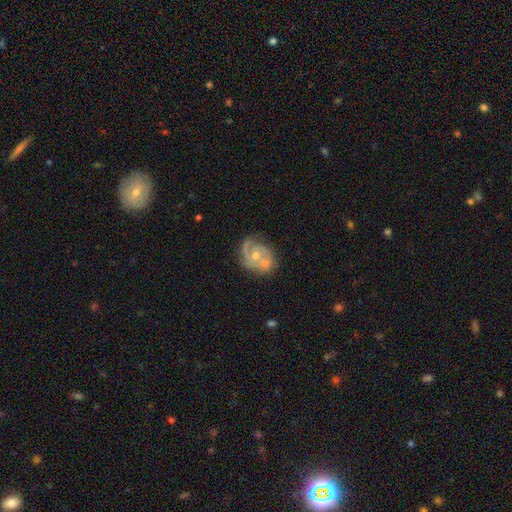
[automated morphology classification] Overall: featured or disk (79%). Edge-on disk: no (98%). Bar: no (74%). Spiral arms: yes (89%). Spiral arm count: 2 (48%; can't tell 17%). Spiral winding: medium (43%; tight 42%). Bulge size: moderate (51%; small 44%). Merging: none (43%; merger 31%).